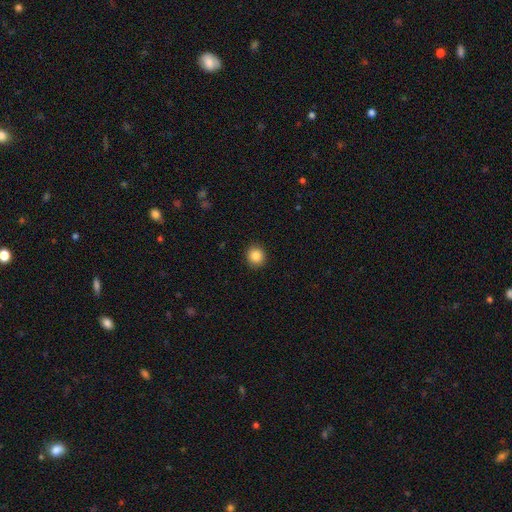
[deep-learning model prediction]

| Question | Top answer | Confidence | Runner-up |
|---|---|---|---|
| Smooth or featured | smooth | 87% | star or artifact (9%) |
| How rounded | round | 90% | in between (9%) |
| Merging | none | 92% | minor disturbance (5%) |